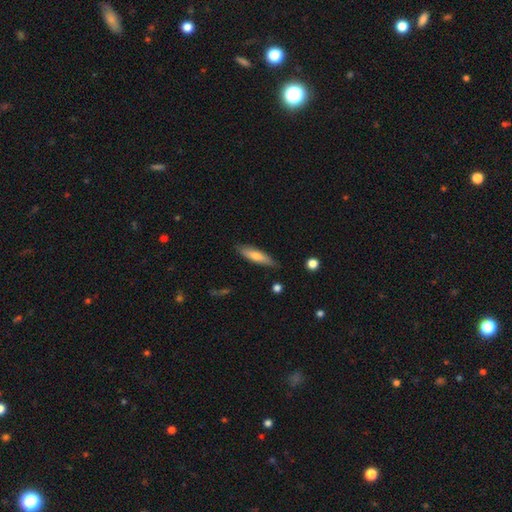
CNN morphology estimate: Smooth or featured?
  - smooth: 68% *
  - featured or disk: 25%
  - star or artifact: 6%
How rounded?
  - cigar-shaped: 74% *
  - in between: 24%
  - round: 2%
Merging?
  - none: 83% *
  - minor disturbance: 13%
  - major disturbance: 2%
  - merger: 1%